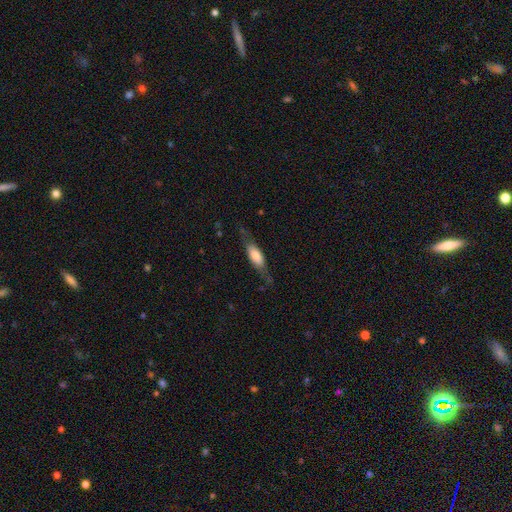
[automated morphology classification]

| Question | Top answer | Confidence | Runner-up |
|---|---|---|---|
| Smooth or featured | smooth | 52% | featured or disk (42%) |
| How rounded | in between | 52% | cigar-shaped (45%) |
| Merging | none | 67% | minor disturbance (21%) |